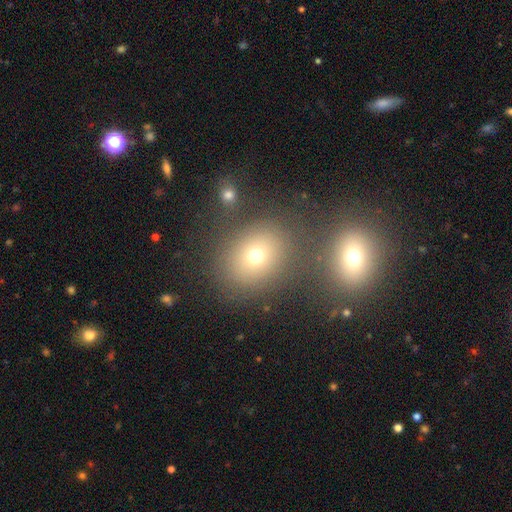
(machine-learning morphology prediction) Smooth or featured: smooth — 69% (star or artifact — 17%)
How rounded: round — 56% (in between — 43%)
Merging: none — 72% (merger — 13%)